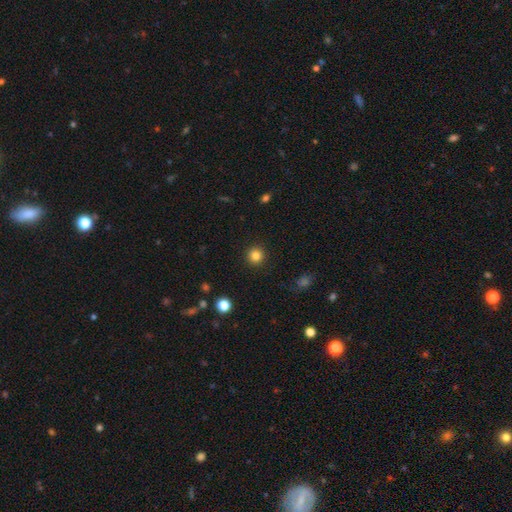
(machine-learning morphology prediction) Smooth or featured? Predicted: smooth (p=0.83). How rounded? Predicted: round (p=0.95). Merging? Predicted: none (p=0.92).